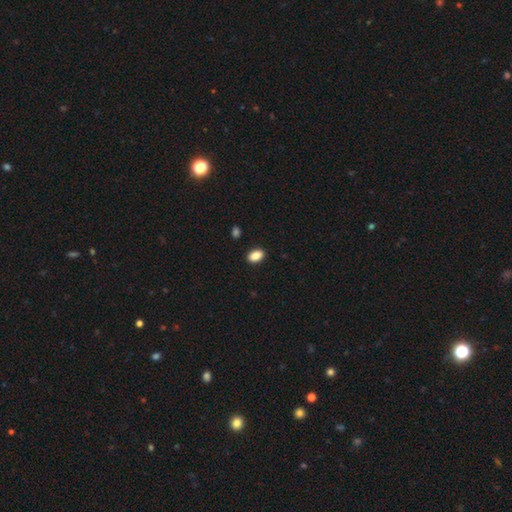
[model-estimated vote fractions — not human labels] smooth_or_featured: smooth (p=0.87) [alt: star or artifact p=0.08]
how_rounded: in between (p=0.89) [alt: round p=0.09]
merging: none (p=0.90) [alt: minor disturbance p=0.07]